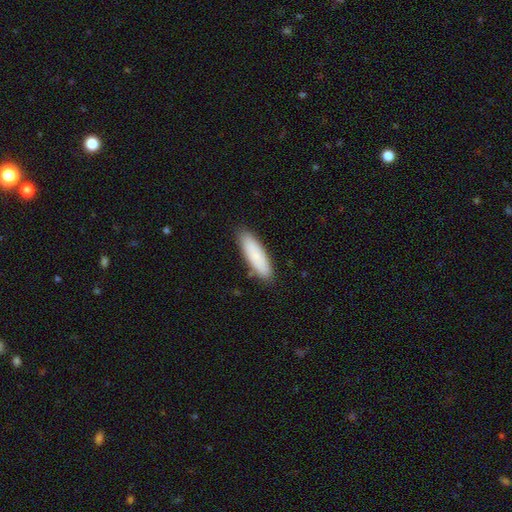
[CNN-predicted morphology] This is clearly a smooth galaxy (85%). How rounded: possibly cigar-shaped (57%). Merging: clearly none (87%).